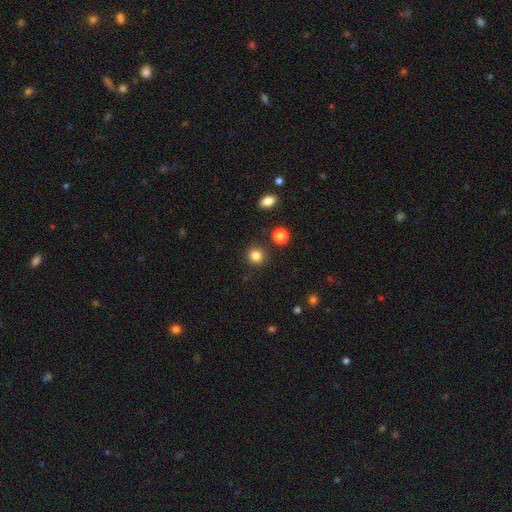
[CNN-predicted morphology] This appears to be a smooth galaxy with no disk features (84%) that is round (92%). Merging: none (90%).